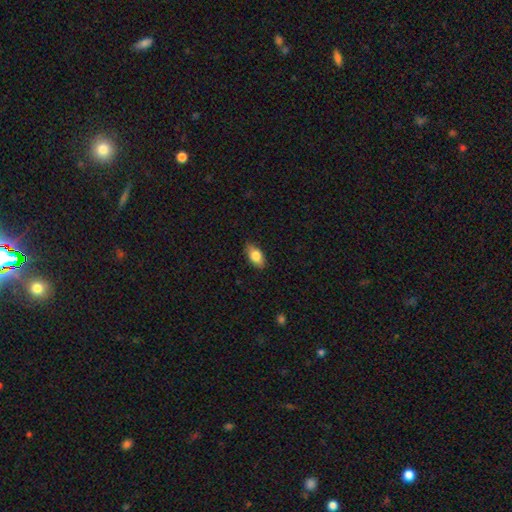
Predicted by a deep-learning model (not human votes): Smooth or featured? Predicted: smooth (p=0.82). How rounded? Predicted: in between (p=0.91). Merging? Predicted: none (p=0.86).